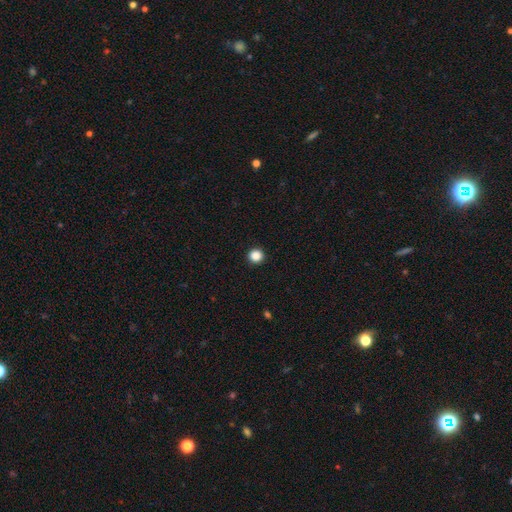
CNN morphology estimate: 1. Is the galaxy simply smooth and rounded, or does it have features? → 87% smooth, 11% star or artifact, 2% featured or disk.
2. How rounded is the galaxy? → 94% round, 5% in between, 1% cigar-shaped.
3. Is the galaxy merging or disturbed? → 93% none, 4% minor disturbance, 2% major disturbance, 1% merger.